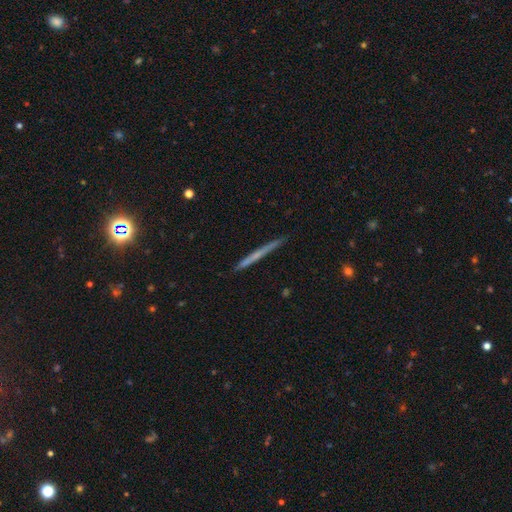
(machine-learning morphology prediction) A featured or disk galaxy (52%) viewed edge-on (97%) with no central bulge (84%).

Vote fractions:
- Smooth or featured? featured or disk: 52% / smooth: 41% / star or artifact: 6%
- Edge-on disk? yes: 97% / no: 3%
- Edge-on bulge? none: 84% / rounded: 12% / boxy: 4%
- Merging? none: 90% / minor disturbance: 7% / major disturbance: 1% / merger: 1%